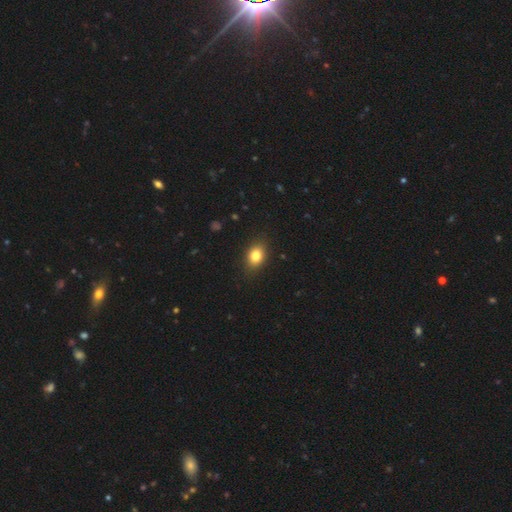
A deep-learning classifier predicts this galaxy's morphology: smooth 82%, star or artifact 9%, featured or disk 9%. Down the decision tree: how rounded — in between (74%); merging — none (86%).